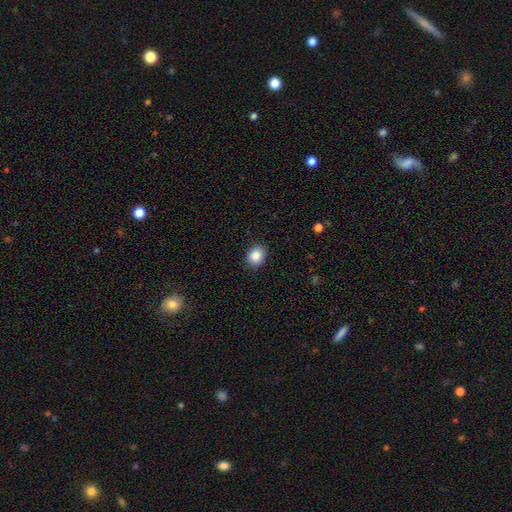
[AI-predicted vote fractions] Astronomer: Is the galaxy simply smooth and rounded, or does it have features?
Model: smooth — 87%.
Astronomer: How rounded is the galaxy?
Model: round — 57% (runner-up: in between, 42%).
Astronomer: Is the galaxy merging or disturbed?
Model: none — 89%.